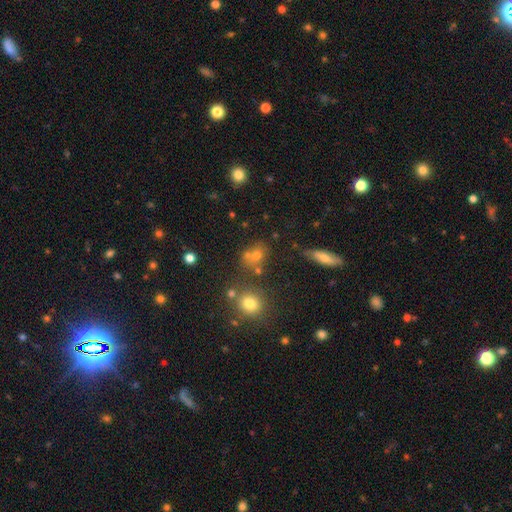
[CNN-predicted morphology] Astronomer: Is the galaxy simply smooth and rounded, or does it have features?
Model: smooth — 63%.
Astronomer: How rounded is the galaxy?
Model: round — 66%.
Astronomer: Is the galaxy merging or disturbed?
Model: none — 57%.